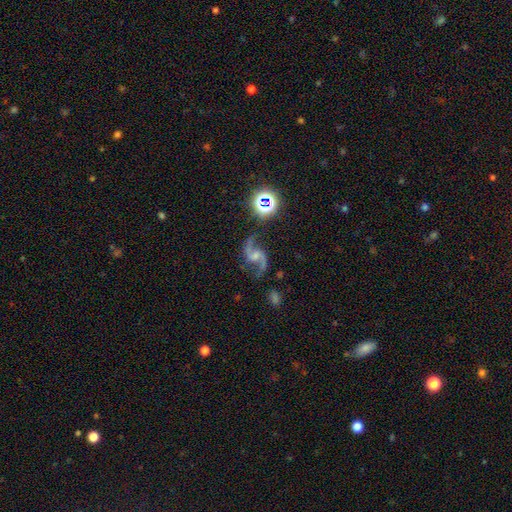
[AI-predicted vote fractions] featured or disk 87%, star or artifact 9%, smooth 4%. Down the decision tree: edge-on disk — no (98%); bar — no (44%); spiral arms — yes (98%); spiral arm count — 2 (94%); spiral winding — loose (71%); bulge size — small (48%); merging — none (76%).